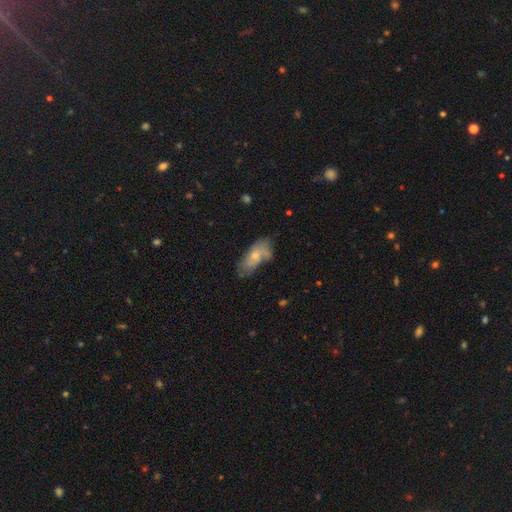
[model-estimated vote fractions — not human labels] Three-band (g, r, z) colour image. It shows a smooth galaxy with no disk features (58%) that is in between round and cigar-shaped (84%). Merging: none (46%).